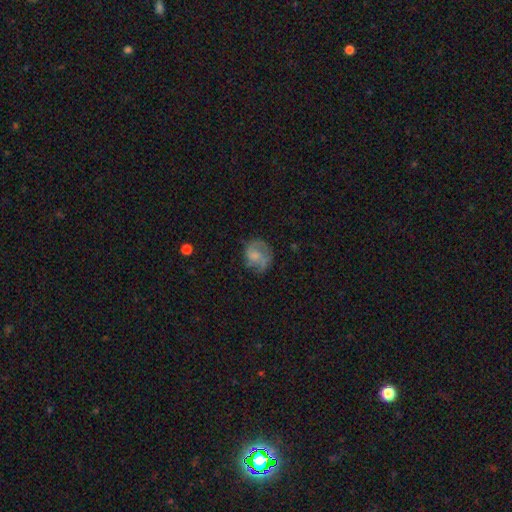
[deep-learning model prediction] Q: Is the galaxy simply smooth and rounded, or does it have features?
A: featured or disk — 50%.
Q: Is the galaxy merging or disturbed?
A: none — 57%.